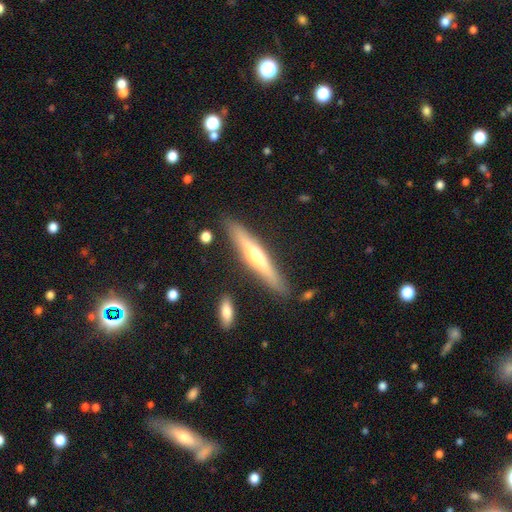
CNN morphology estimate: Smooth or featured?
  - featured or disk: 62% *
  - smooth: 32%
  - star or artifact: 6%
Edge-on disk?
  - yes: 95% *
  - no: 5%
Edge-on bulge?
  - rounded: 86% *
  - none: 11%
  - boxy: 4%
Merging?
  - none: 86% *
  - minor disturbance: 10%
  - merger: 2%
  - major disturbance: 2%